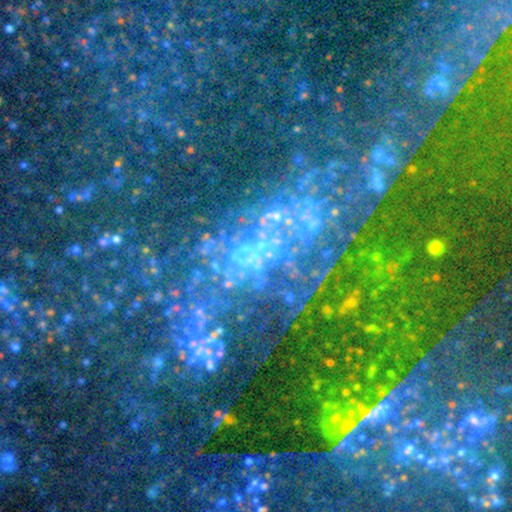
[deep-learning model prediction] This is possibly a featured or disk galaxy (59%). It is clearly not viewed edge-on (97%). Bar: likely no (76%). Spiral arm pattern: possibly no (56%). Central bulge: possibly small (45%). Merging: marginally none (43%).